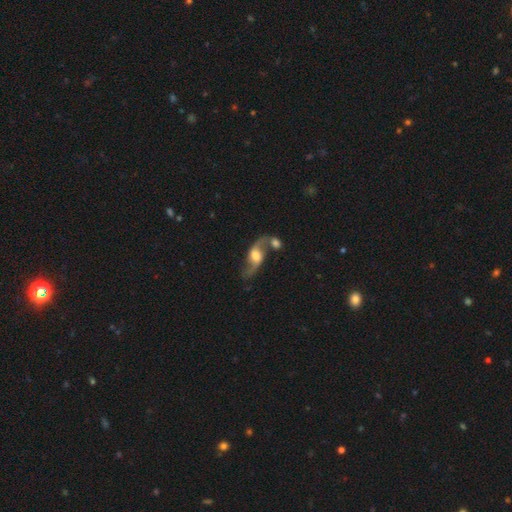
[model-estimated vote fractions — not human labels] Smooth or featured? Predicted: featured or disk (p=0.79). Edge-on disk? Predicted: no (p=0.89). Bar? Predicted: no (p=0.50). Spiral arms? Predicted: yes (p=0.91). Spiral winding? Predicted: loose (p=0.82). Spiral arm count? Predicted: 2 (p=0.91). Bulge size? Predicted: moderate (p=0.45). Merging? Predicted: none (p=0.46).